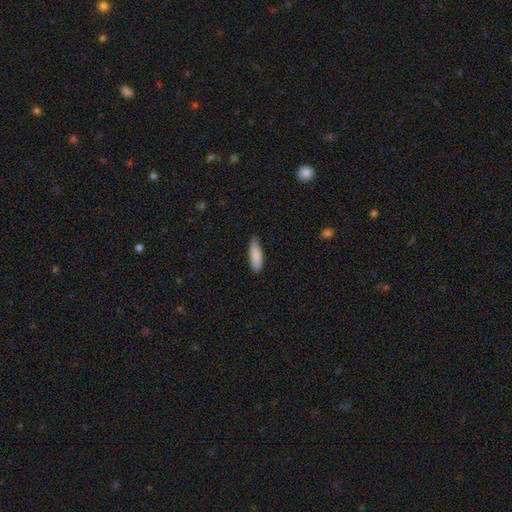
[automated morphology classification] Smooth or featured? Predicted: smooth (p=0.87). How rounded? Predicted: in between (p=0.56). Merging? Predicted: none (p=0.79).